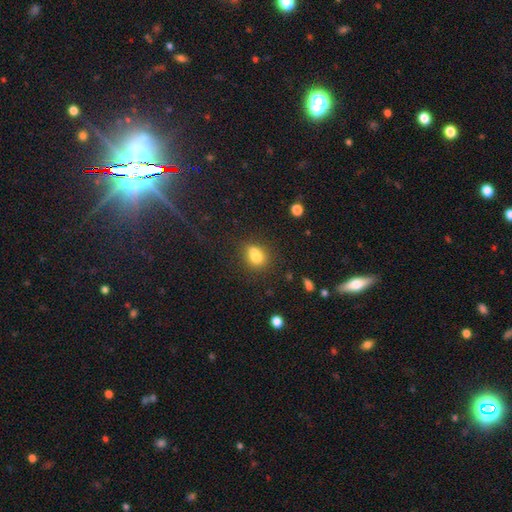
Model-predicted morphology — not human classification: This appears to be a smooth galaxy with no disk features (75%) that is round (51%). Merging: none (43%).